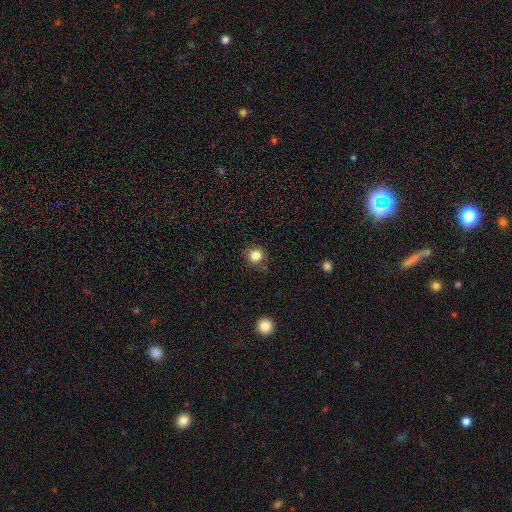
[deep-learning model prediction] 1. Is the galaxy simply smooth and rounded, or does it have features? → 84% smooth, 11% star or artifact, 5% featured or disk.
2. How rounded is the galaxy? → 90% round, 9% in between, 1% cigar-shaped.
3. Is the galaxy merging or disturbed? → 86% none, 9% minor disturbance, 3% major disturbance, 2% merger.